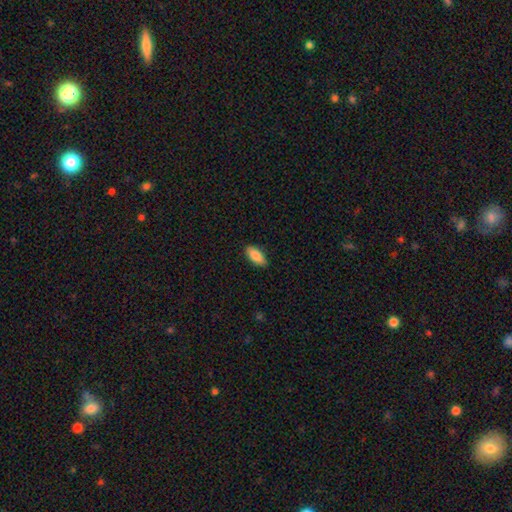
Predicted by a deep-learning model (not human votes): smooth-or-featured: smooth: 84% | featured or disk: 9% | star or artifact: 6%
  how-rounded: in between: 86% | cigar-shaped: 12% | round: 2%
  merging: none: 87% | minor disturbance: 10% | major disturbance: 2% | merger: 1%